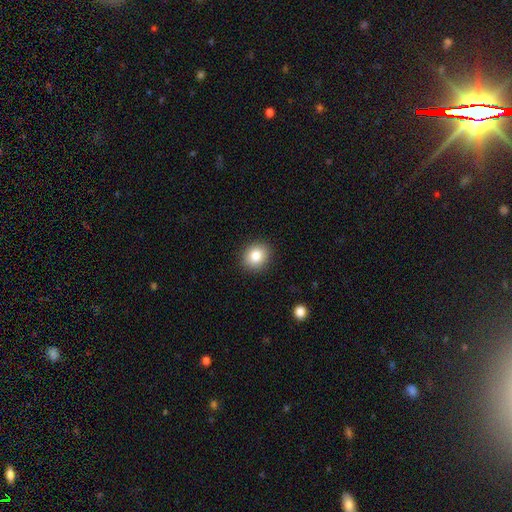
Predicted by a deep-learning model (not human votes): This appears to be a smooth galaxy with no disk features (83%) that is round (69%). Merging: none (90%).